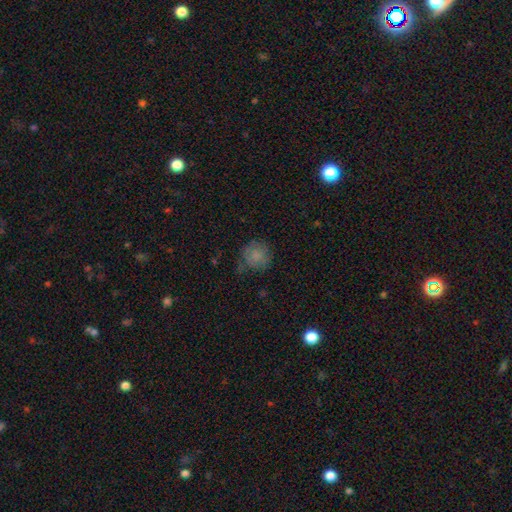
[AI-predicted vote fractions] The model was most divided on "merging": none: 62%, minor disturbance: 25%, major disturbance: 10%, merger: 2%. More confident: how rounded — round (88%); smooth or featured — smooth (78%).